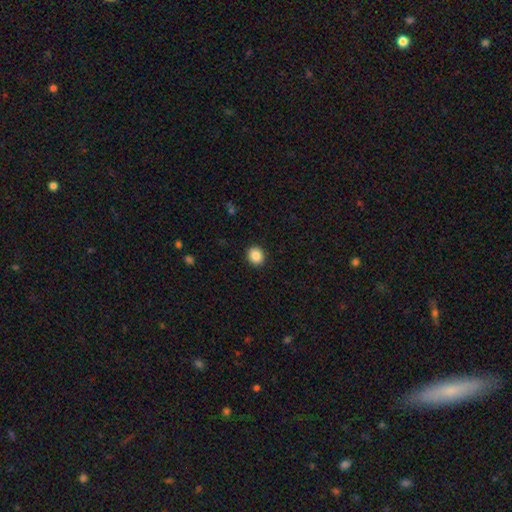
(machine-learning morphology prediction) Smooth or featured: smooth — 87% (star or artifact — 9%)
How rounded: round — 72% (in between — 27%)
Merging: none — 92% (minor disturbance — 5%)